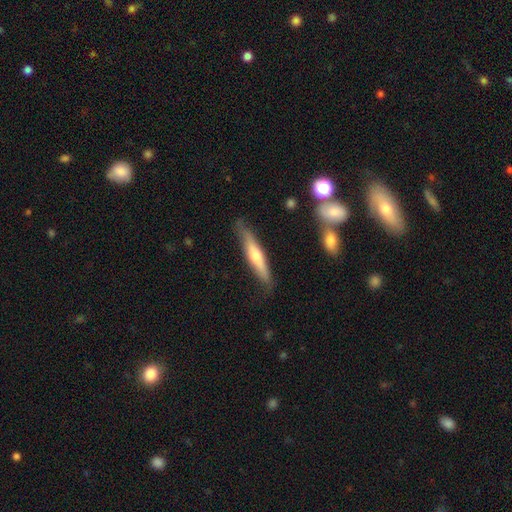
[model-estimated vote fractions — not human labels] smooth_or_featured: featured or disk (p=0.49) [alt: smooth p=0.45]
merging: none (p=0.81) [alt: minor disturbance p=0.14]